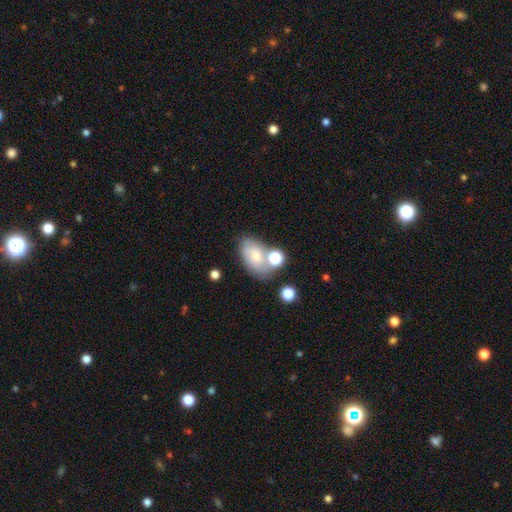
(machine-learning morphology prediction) smooth-or-featured: smooth: 58% | featured or disk: 29% | star or artifact: 13%
  how-rounded: in between: 83% | round: 15% | cigar-shaped: 2%
  merging: none: 47% | merger: 24% | minor disturbance: 19% | major disturbance: 9%